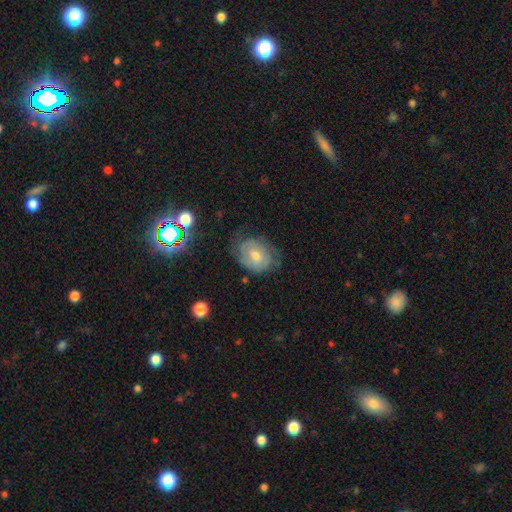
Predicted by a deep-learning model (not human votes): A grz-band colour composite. It shows a featured or disk galaxy (58%) with no bar (60%), spiral arms (81%) and a moderate central bulge (63%). Merging: none (67%).